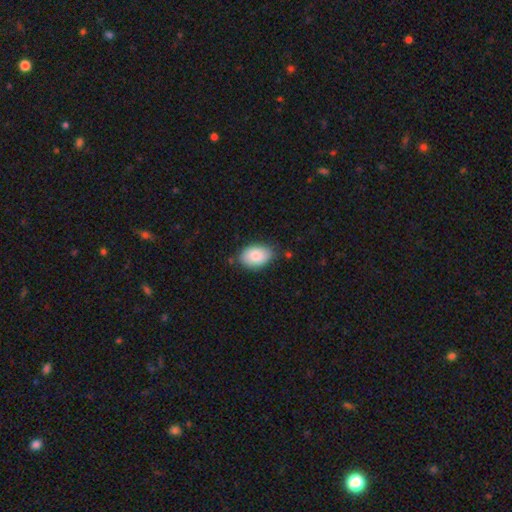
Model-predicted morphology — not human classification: smooth 84%, featured or disk 9%, star or artifact 7%. Down the decision tree: how rounded — in between (89%); merging — none (76%).